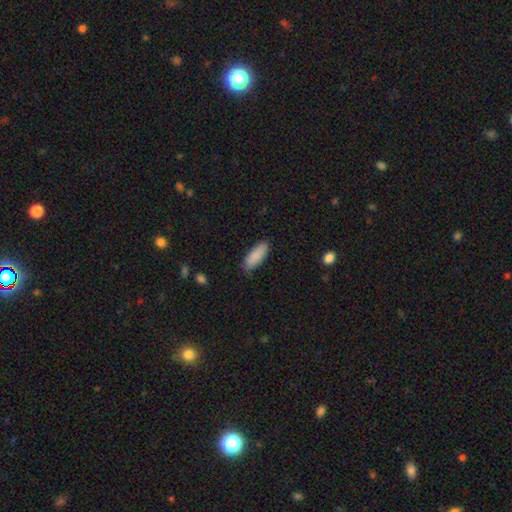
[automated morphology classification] Q: Smooth or featured?
A: smooth (89%); runner-up: star or artifact (6%)
Q: How rounded?
A: in between (70%); runner-up: cigar-shaped (28%)
Q: Merging?
A: none (85%); runner-up: minor disturbance (12%)